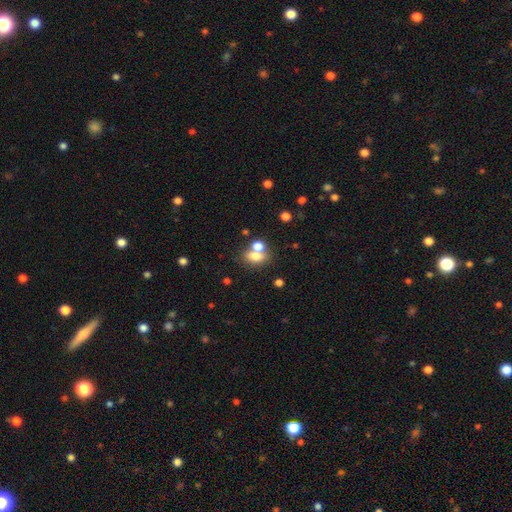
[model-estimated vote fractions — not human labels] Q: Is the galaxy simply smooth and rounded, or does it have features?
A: smooth — 72%.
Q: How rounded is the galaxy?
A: in between — 72%.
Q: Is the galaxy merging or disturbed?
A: none — 43%.